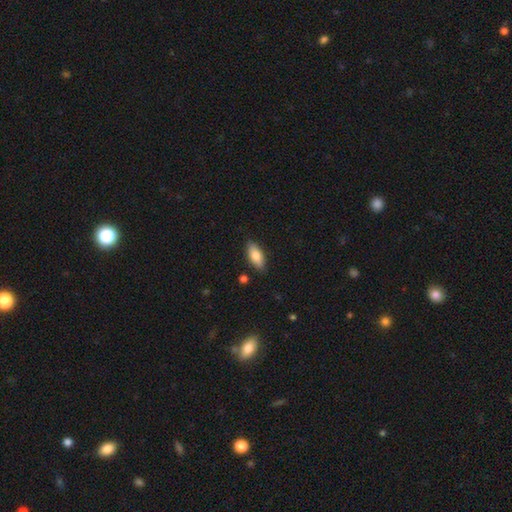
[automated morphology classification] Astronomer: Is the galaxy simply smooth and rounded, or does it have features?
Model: smooth — 79%.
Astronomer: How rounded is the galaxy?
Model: in between — 84%.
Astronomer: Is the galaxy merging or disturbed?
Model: none — 86%.